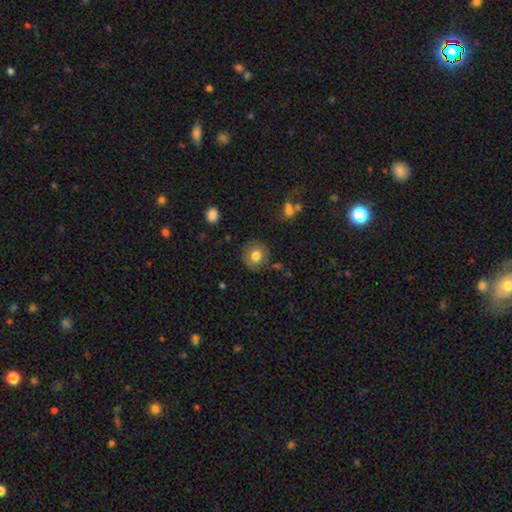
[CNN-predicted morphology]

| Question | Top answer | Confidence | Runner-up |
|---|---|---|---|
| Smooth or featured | smooth | 79% | featured or disk (12%) |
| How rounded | round | 88% | in between (11%) |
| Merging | none | 86% | minor disturbance (10%) |